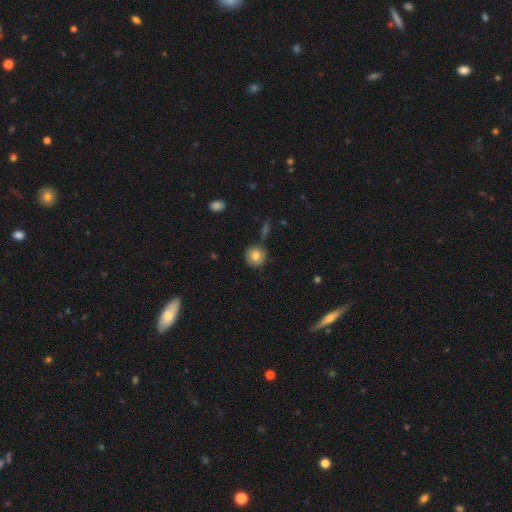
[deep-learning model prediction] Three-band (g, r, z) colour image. It shows a smooth galaxy with no disk features (76%) that is round (89%). Merging: none (74%).